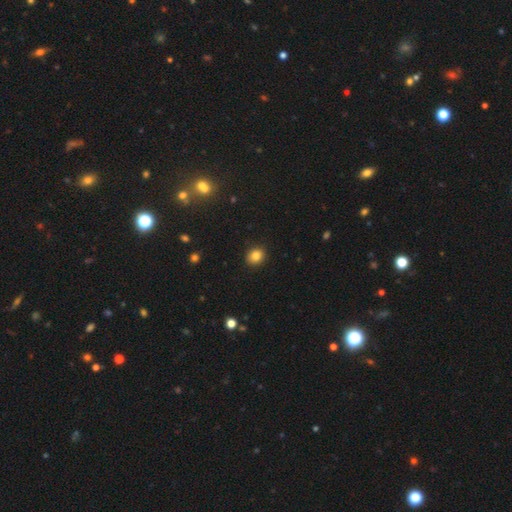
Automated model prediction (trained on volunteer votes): Smooth or featured? Predicted: smooth (p=0.84). How rounded? Predicted: round (p=0.66). Merging? Predicted: none (p=0.91).